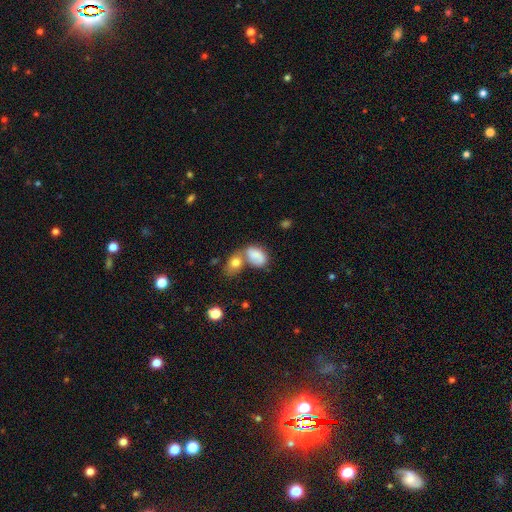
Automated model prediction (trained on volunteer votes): A smooth galaxy with no disk features (80%) that is in between round and cigar-shaped (85%). Merging: merger (51%).